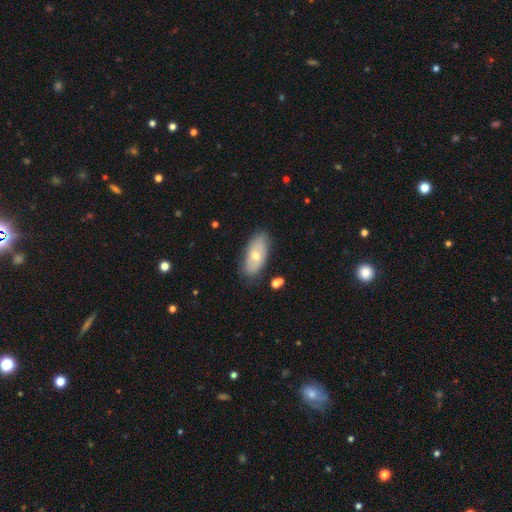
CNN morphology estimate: smooth 57%, featured or disk 37%, star or artifact 6%. Down the decision tree: how rounded — in between (89%); merging — none (77%).